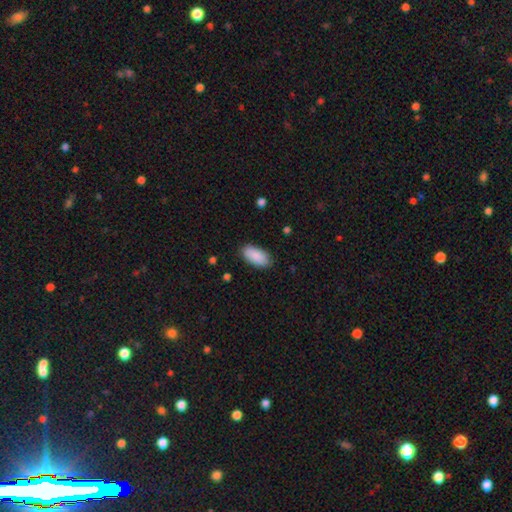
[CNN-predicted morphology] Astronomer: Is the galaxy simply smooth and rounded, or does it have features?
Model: smooth — 88%.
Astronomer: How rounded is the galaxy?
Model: in between — 94%.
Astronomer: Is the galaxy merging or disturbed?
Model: none — 85%.